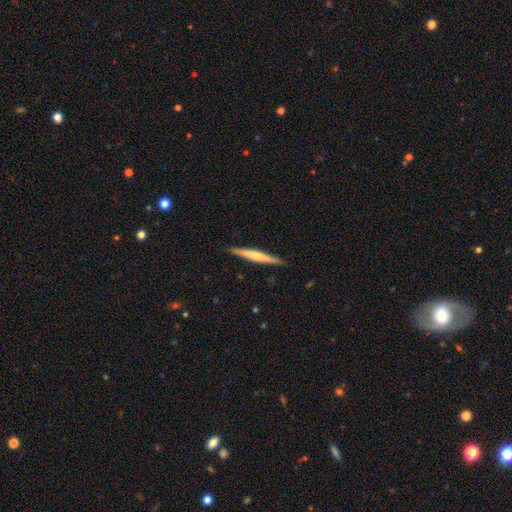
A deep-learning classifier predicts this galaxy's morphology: Q: Smooth or featured?
A: featured or disk (52%); runner-up: smooth (43%)
Q: Edge-on disk?
A: yes (97%); runner-up: no (3%)
Q: Edge-on bulge?
A: rounded (52%); runner-up: none (39%)
Q: Merging?
A: none (90%); runner-up: minor disturbance (7%)